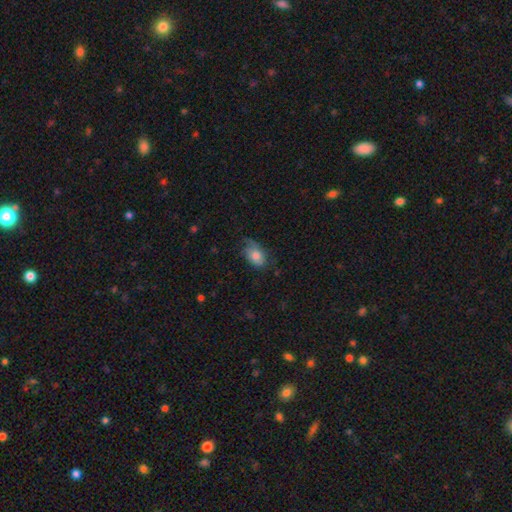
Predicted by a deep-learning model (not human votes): smooth_or_featured: smooth (p=0.69) [alt: featured or disk p=0.23]
how_rounded: in between (p=0.85) [alt: round p=0.14]
merging: none (p=0.49) [alt: minor disturbance p=0.33]